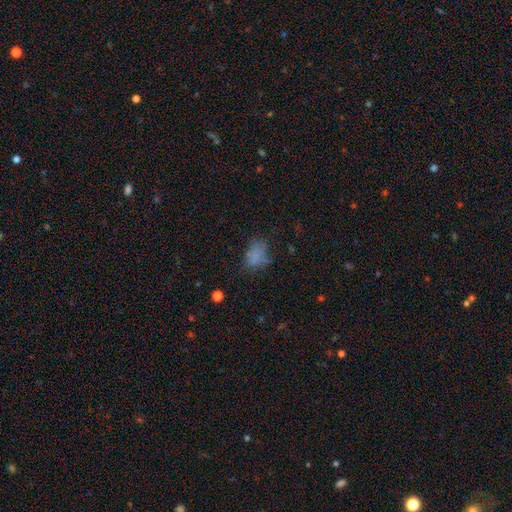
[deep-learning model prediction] smooth 65%, star or artifact 18%, featured or disk 17%. Down the decision tree: how rounded — in between (80%); merging — none (47%).